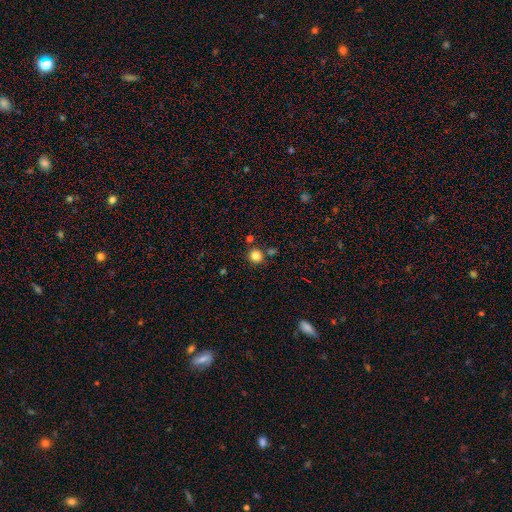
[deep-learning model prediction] A smooth galaxy with no disk features (83%) that is round (92%). Merging: none (82%).